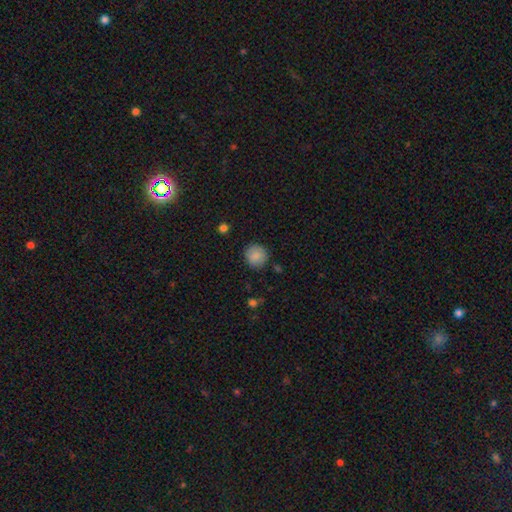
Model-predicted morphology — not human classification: Overall: smooth (87%). How rounded: round (91%). Merging: none (85%).